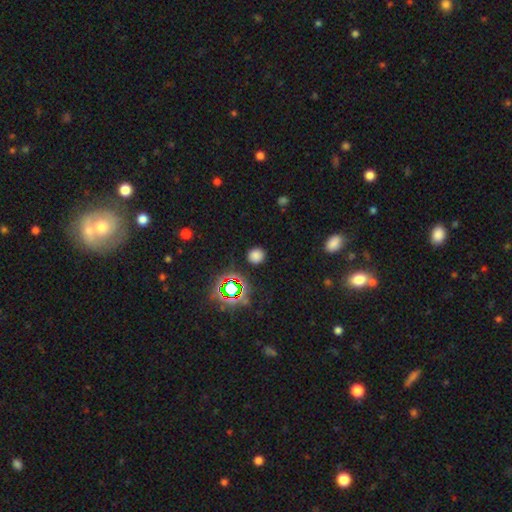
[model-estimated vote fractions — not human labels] Smooth or featured? smooth (70%)
How rounded? round (87%)
Merging? none (88%)